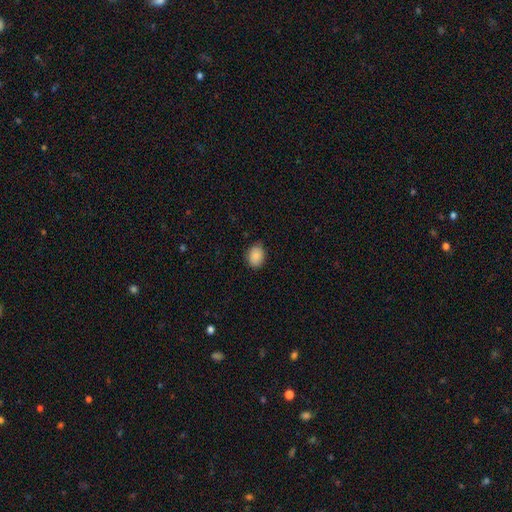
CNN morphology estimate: smooth-or-featured: smooth: 87% | star or artifact: 7% | featured or disk: 6%
  how-rounded: in between: 68% | round: 31% | cigar-shaped: 1%
  merging: none: 83% | minor disturbance: 14% | major disturbance: 2% | merger: 1%